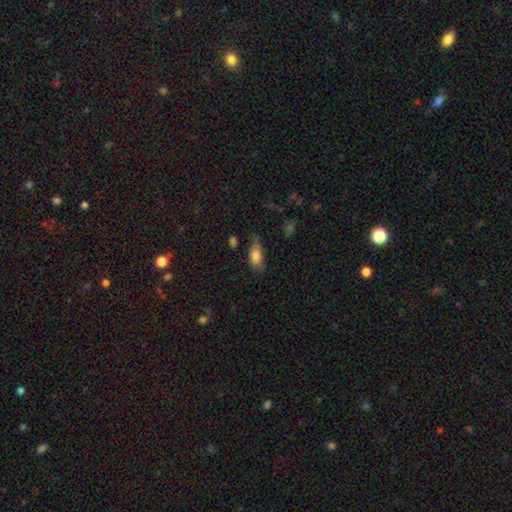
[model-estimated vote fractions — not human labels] smooth-or-featured: smooth: 80% | featured or disk: 11% | star or artifact: 9%
  how-rounded: in between: 85% | cigar-shaped: 11% | round: 4%
  merging: none: 47% | minor disturbance: 35% | major disturbance: 15% | merger: 4%